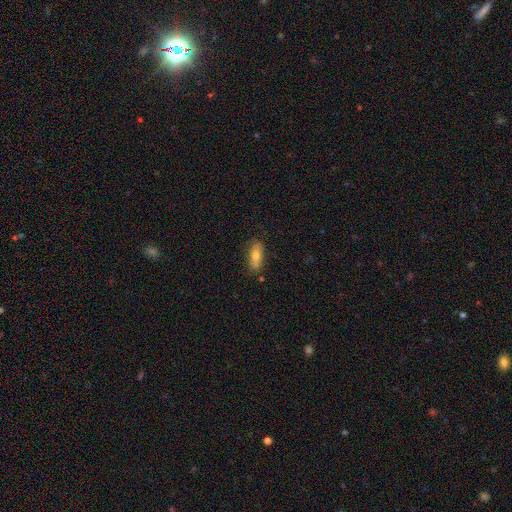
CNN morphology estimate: Smooth or featured?
  - smooth: 69% *
  - featured or disk: 23%
  - star or artifact: 7%
How rounded?
  - in between: 74% *
  - cigar-shaped: 23%
  - round: 3%
Merging?
  - none: 80% *
  - minor disturbance: 15%
  - major disturbance: 3%
  - merger: 2%